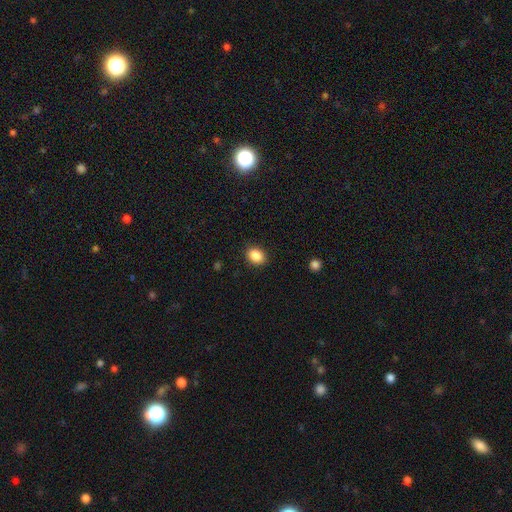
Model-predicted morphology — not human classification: smooth-or-featured: smooth: 87% | star or artifact: 9% | featured or disk: 4%
  how-rounded: in between: 58% | round: 41% | cigar-shaped: 1%
  merging: none: 89% | minor disturbance: 8% | major disturbance: 2% | merger: 1%